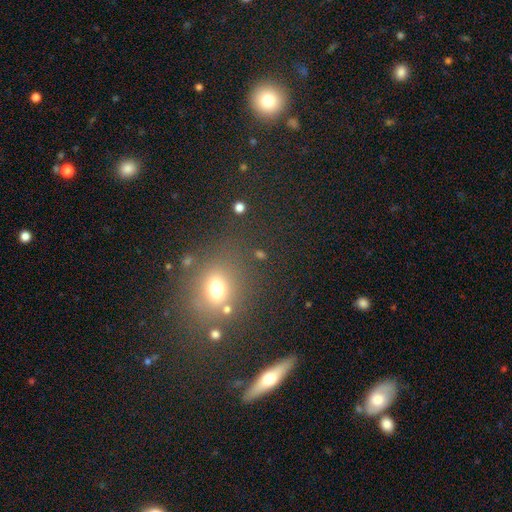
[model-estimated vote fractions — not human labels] This appears to be a smooth galaxy with no disk features (52%) that is round (57%). Merging: none (77%).